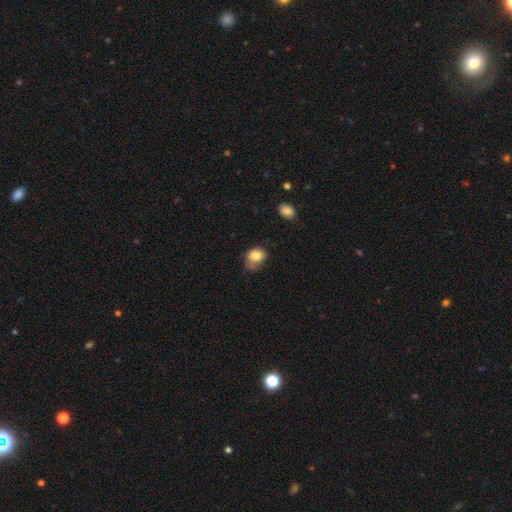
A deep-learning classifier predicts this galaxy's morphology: Overall: smooth (82%). How rounded: in between (58%; round 41%). Merging: minor disturbance (42%; none 41%).